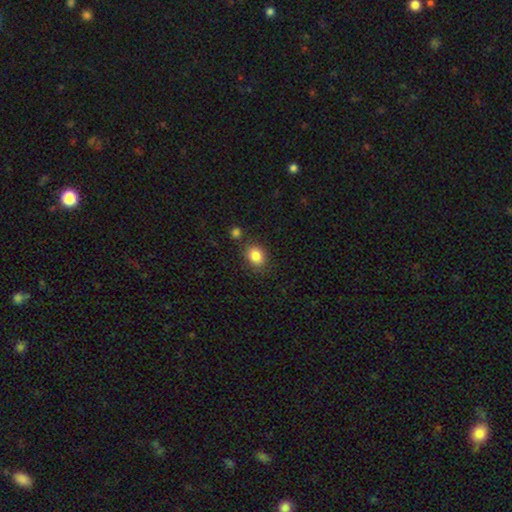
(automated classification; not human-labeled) A smooth galaxy with no disk features (85%) that is in between round and cigar-shaped (51%).

Vote fractions:
- Smooth or featured? smooth: 85% / star or artifact: 9% / featured or disk: 5%
- How rounded? in between: 51% / round: 48% / cigar-shaped: 1%
- Merging? none: 77% / minor disturbance: 12% / merger: 8% / major disturbance: 3%